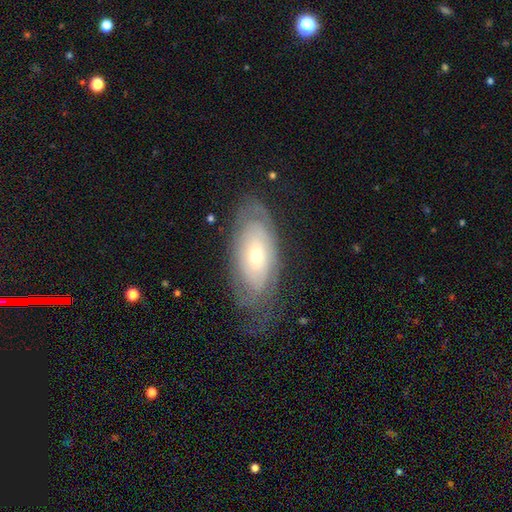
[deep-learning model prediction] featured or disk 62%, smooth 31%, star or artifact 8%. Down the decision tree: edge-on disk — no (88%); bar — no (84%); spiral arms — yes (63%); bulge size — small (58%); merging — none (65%).